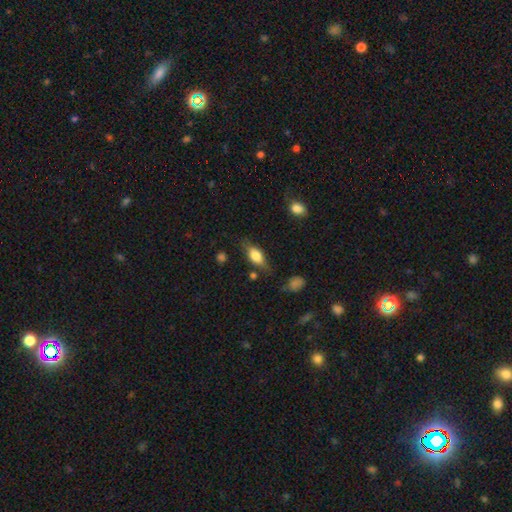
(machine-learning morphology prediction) This is likely a smooth galaxy (65%). How rounded: likely in between (78%). Merging: likely none (71%).